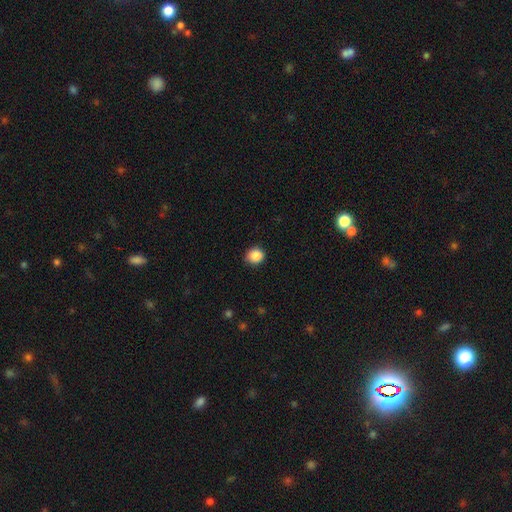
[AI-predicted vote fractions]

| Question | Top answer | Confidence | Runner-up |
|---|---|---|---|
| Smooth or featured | smooth | 88% | star or artifact (9%) |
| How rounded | round | 82% | in between (17%) |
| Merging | none | 77% | minor disturbance (19%) |